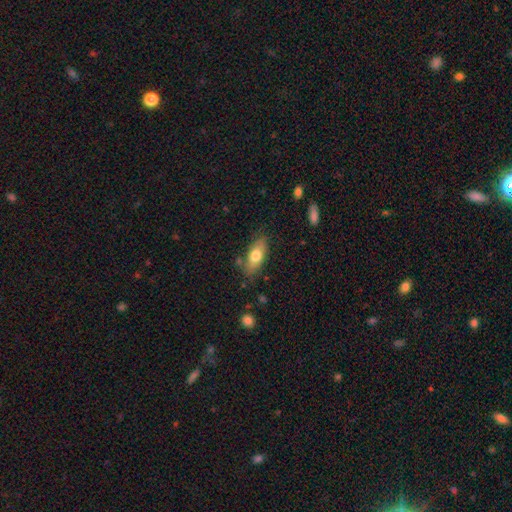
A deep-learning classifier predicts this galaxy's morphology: smooth-or-featured: smooth: 71% | featured or disk: 22% | star or artifact: 7%
  how-rounded: in between: 77% | cigar-shaped: 20% | round: 4%
  merging: none: 78% | minor disturbance: 15% | major disturbance: 3% | merger: 3%